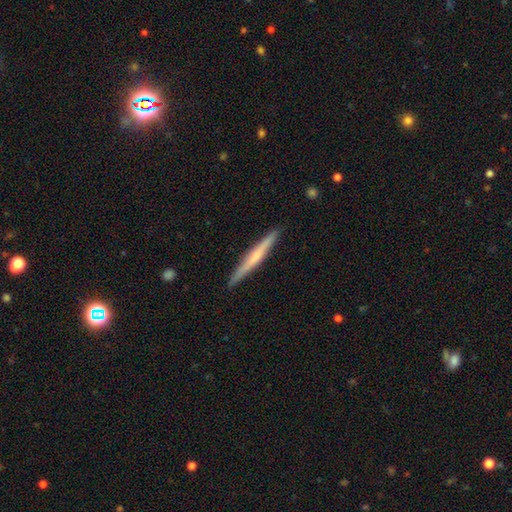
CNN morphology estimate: This appears to be a featured or disk galaxy (54%) viewed edge-on (98%) with a rounded central bulge (46%). Merging: none (92%).